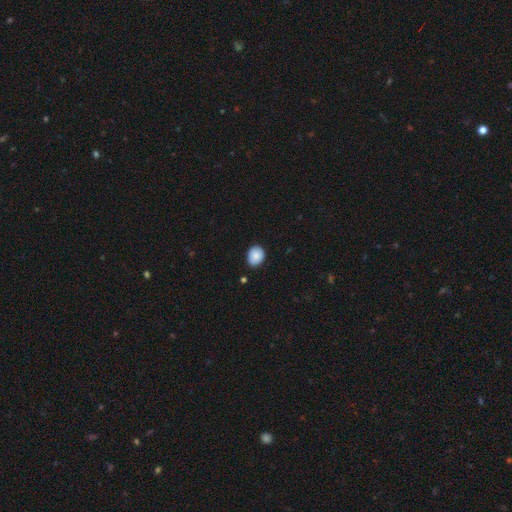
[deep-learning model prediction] Q: Smooth or featured?
A: smooth (87%); runner-up: star or artifact (8%)
Q: How rounded?
A: in between (50%); runner-up: round (49%)
Q: Merging?
A: none (83%); runner-up: minor disturbance (14%)